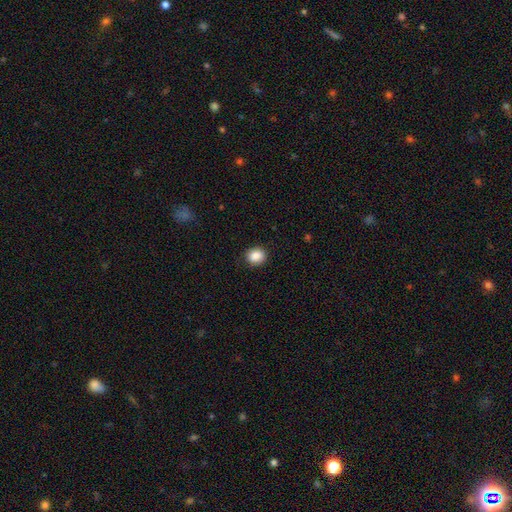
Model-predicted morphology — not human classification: Smooth or featured?
  - smooth: 87% *
  - star or artifact: 9%
  - featured or disk: 4%
How rounded?
  - round: 71% *
  - in between: 28%
  - cigar-shaped: 1%
Merging?
  - none: 88% *
  - minor disturbance: 9%
  - major disturbance: 2%
  - merger: 1%